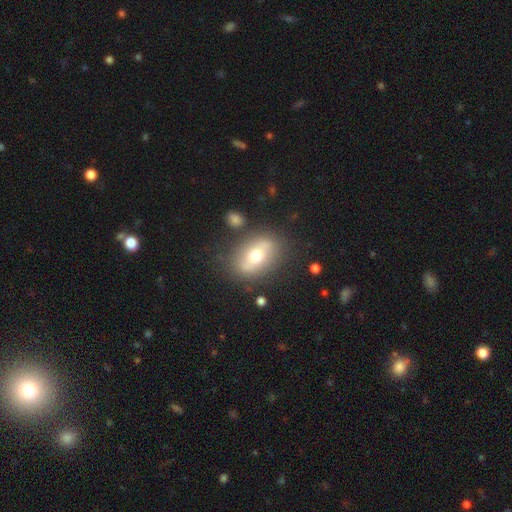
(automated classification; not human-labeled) featured or disk 47%, smooth 45%, star or artifact 8%. Down the decision tree: merging — none (78%).